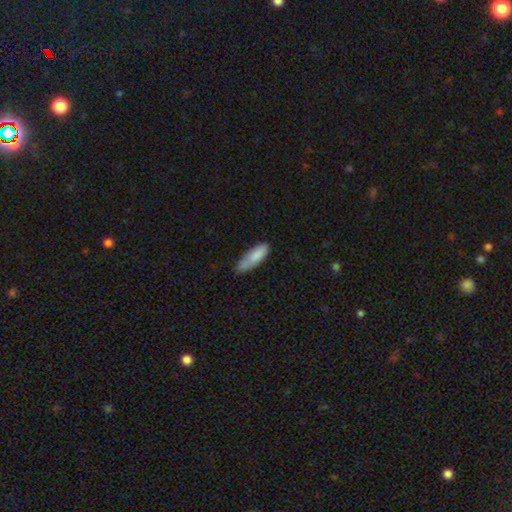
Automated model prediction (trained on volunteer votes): The model was most divided on "how rounded": in between: 55%, cigar-shaped: 44%, round: 2%. More confident: smooth or featured — smooth (85%); merging — none (58%).